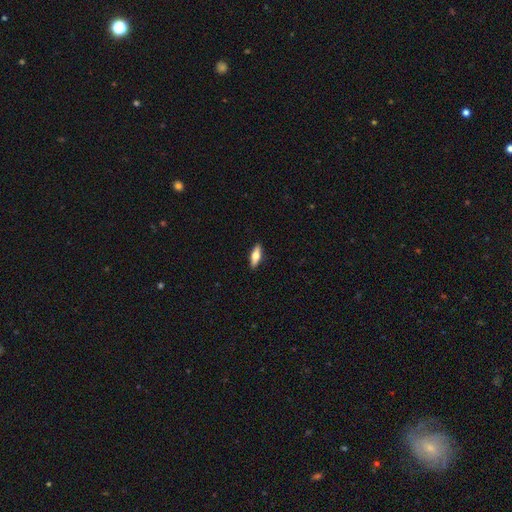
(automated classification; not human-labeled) The model was most divided on "how rounded": in between: 54%, cigar-shaped: 43%, round: 3%. More confident: merging — none (91%); smooth or featured — smooth (57%).